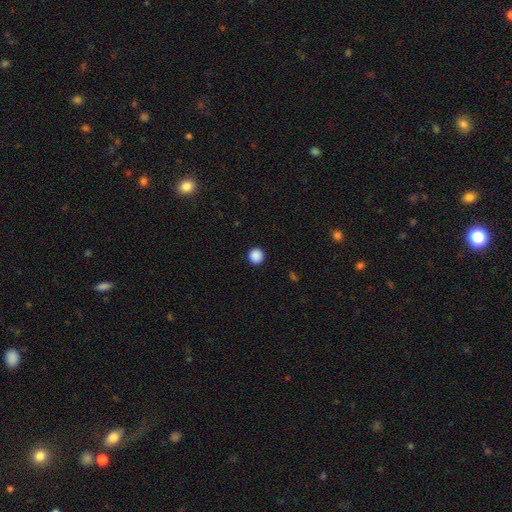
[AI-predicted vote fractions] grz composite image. It shows a smooth galaxy with no disk features (89%) that is round (94%). Merging: none (93%).